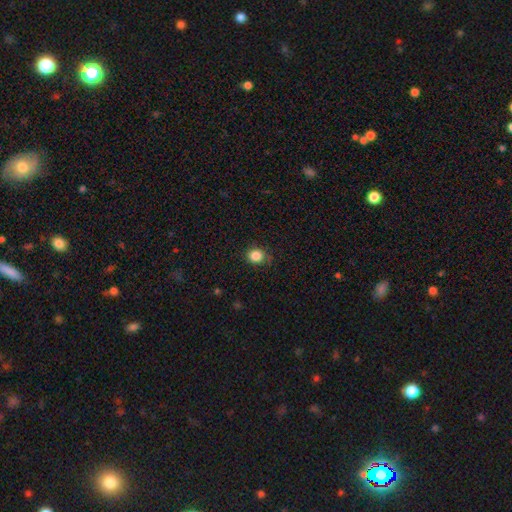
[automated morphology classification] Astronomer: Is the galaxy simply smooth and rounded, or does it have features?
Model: smooth — 85%.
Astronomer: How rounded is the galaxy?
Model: round — 80%.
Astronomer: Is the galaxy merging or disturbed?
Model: none — 81%.